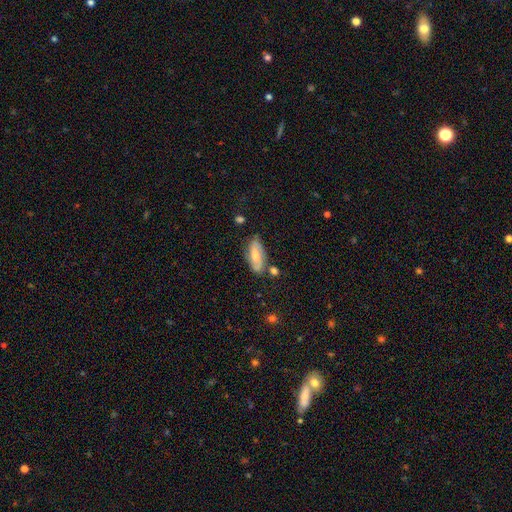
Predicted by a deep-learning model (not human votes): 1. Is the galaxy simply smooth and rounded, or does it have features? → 52% smooth, 41% featured or disk, 7% star or artifact.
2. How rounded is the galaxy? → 81% in between, 16% cigar-shaped, 3% round.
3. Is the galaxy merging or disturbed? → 69% none, 20% minor disturbance, 7% merger, 5% major disturbance.